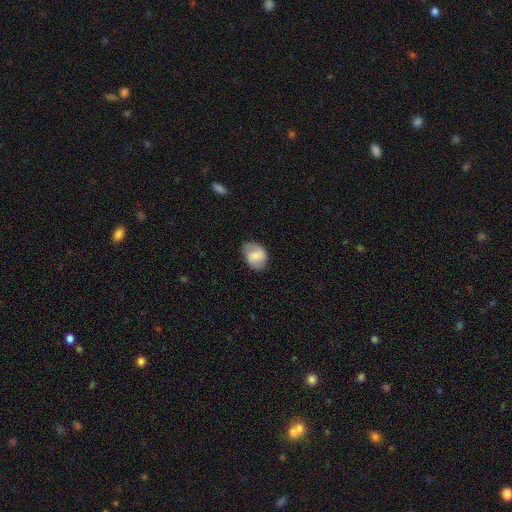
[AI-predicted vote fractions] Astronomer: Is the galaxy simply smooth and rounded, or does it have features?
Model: smooth — 70%.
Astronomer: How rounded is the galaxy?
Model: in between — 66%.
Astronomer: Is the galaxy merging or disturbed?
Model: none — 72%.